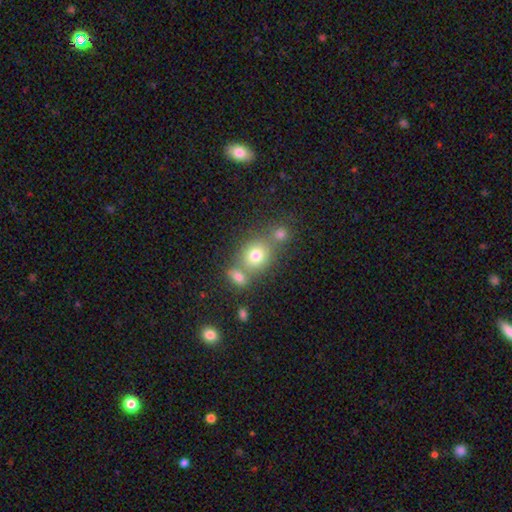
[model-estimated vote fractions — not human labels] A smooth galaxy with no disk features (76%) that is round (69%). Merging: none (53%).